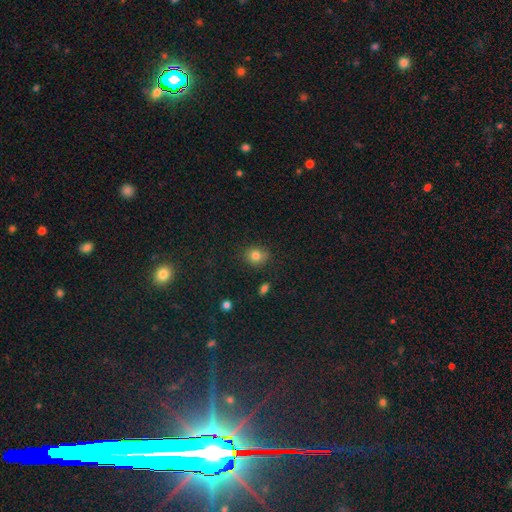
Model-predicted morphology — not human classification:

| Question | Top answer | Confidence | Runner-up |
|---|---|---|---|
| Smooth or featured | smooth | 80% | star or artifact (12%) |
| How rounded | round | 68% | in between (31%) |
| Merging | none | 78% | minor disturbance (16%) |